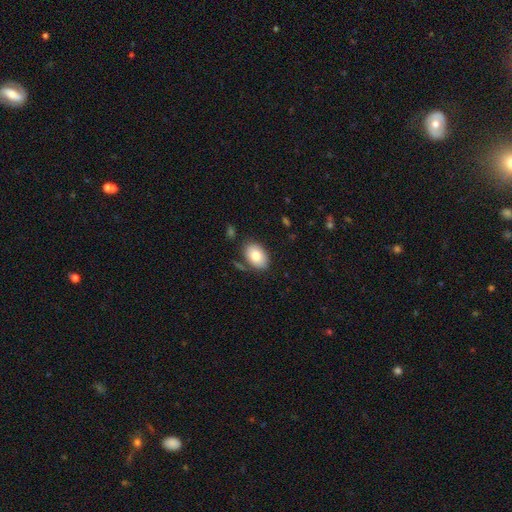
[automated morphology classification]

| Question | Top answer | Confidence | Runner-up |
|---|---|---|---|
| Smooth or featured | smooth | 80% | featured or disk (13%) |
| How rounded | in between | 86% | round (13%) |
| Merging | none | 79% | minor disturbance (13%) |